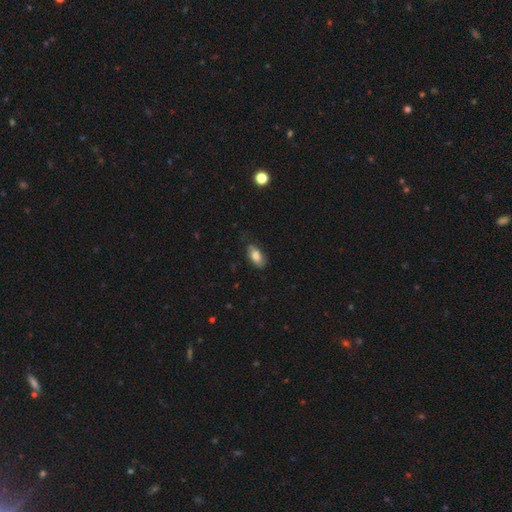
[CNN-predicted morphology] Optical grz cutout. It shows a smooth galaxy with no disk features (75%) that is in between round and cigar-shaped (90%). Merging: none (71%).